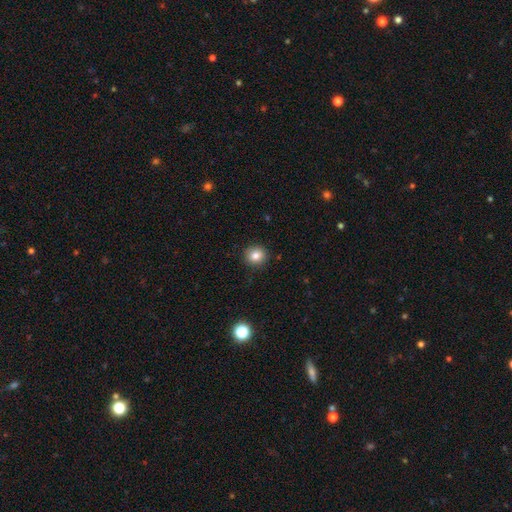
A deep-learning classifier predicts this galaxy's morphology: smooth-or-featured: smooth: 83% | star or artifact: 11% | featured or disk: 7%
  how-rounded: round: 89% | in between: 10% | cigar-shaped: 1%
  merging: none: 91% | minor disturbance: 6% | major disturbance: 2% | merger: 1%